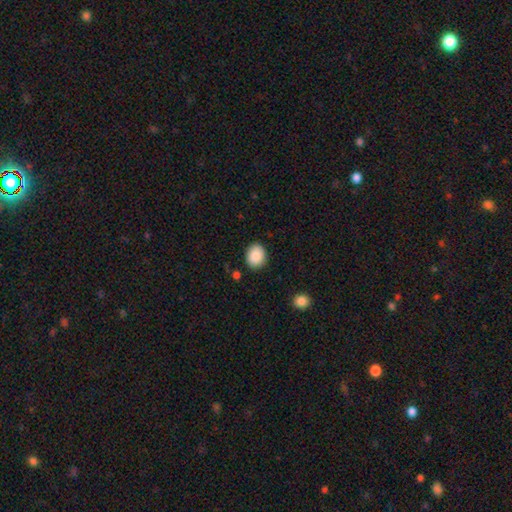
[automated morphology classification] The model was most divided on "how rounded": round: 52%, in between: 47%, cigar-shaped: 1%. More confident: smooth or featured — smooth (89%); merging — none (87%).